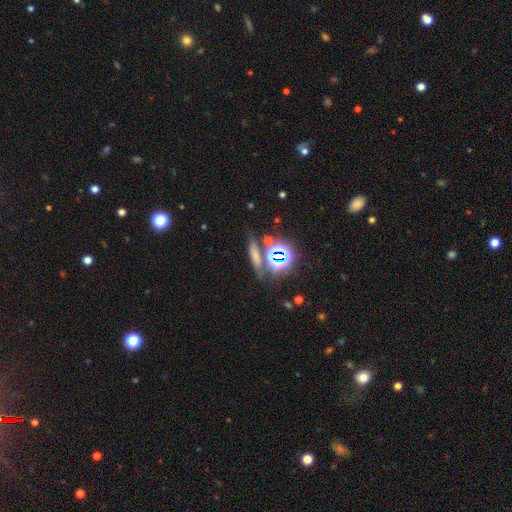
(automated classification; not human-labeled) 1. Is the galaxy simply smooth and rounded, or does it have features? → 52% smooth, 32% star or artifact, 15% featured or disk.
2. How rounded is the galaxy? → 62% cigar-shaped, 21% in between, 17% round.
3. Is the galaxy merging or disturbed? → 72% none, 12% merger, 11% minor disturbance, 5% major disturbance.